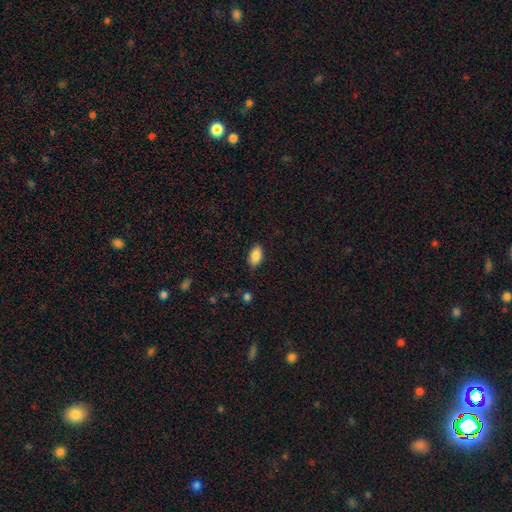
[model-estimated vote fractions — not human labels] Overall: smooth (88%). How rounded: in between (93%). Merging: none (86%).